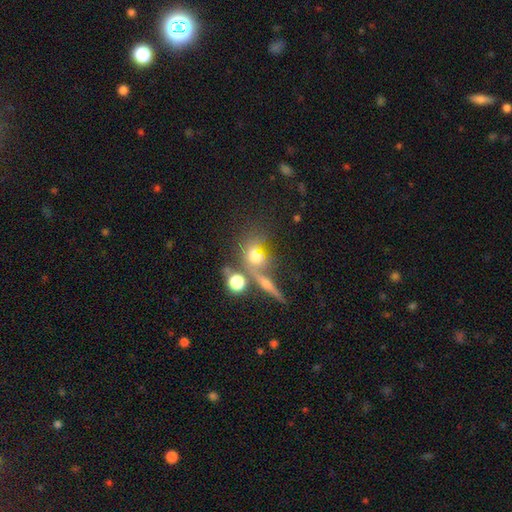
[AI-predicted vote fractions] Smooth or featured? smooth (58%)
How rounded? round (63%)
Merging? none (49%)